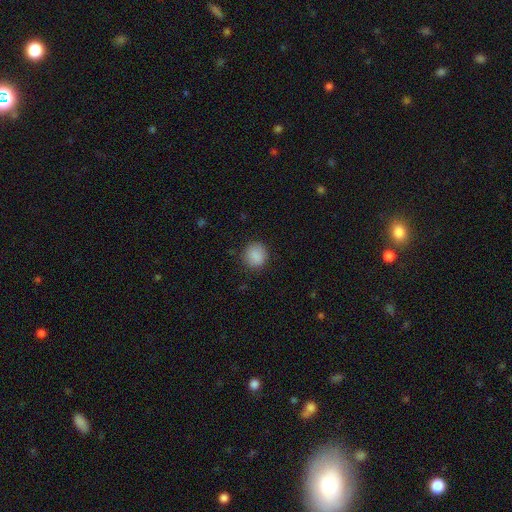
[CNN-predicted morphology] Overall: smooth (88%). How rounded: round (89%). Merging: none (87%).